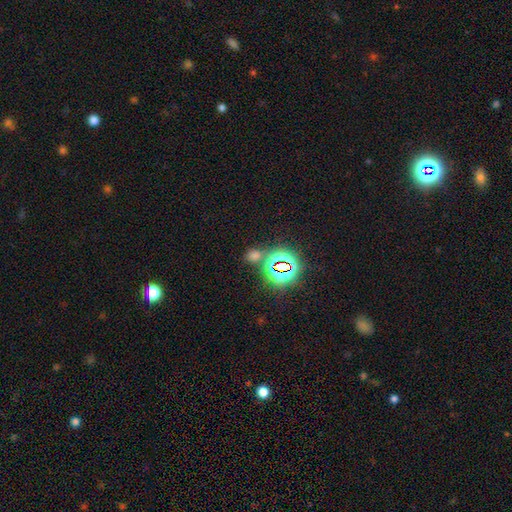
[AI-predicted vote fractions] Smooth or featured: star or artifact — 60% (smooth — 32%)